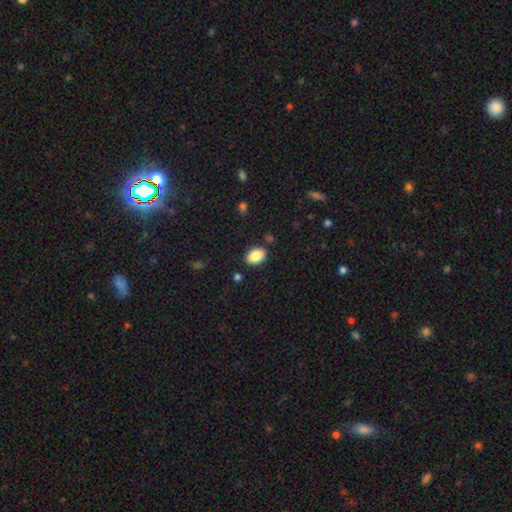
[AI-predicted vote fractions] A smooth galaxy with no disk features (85%) that is in between round and cigar-shaped (86%). Merging: none (86%).